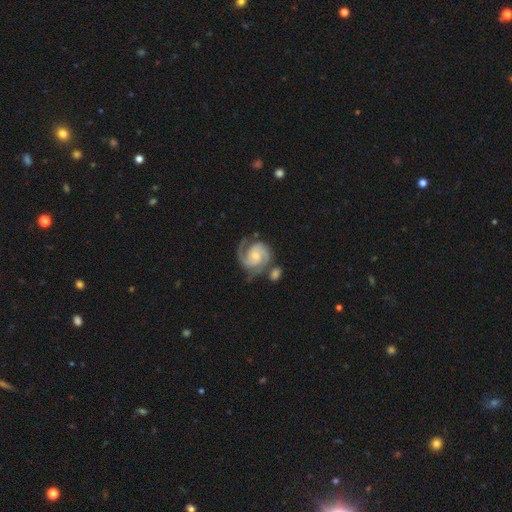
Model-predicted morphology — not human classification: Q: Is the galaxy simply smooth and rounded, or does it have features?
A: featured or disk — 90%.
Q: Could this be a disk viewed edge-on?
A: no — 98%.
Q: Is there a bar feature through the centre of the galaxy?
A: no — 64%.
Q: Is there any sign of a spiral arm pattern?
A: yes — 98%.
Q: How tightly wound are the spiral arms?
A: tight — 53%.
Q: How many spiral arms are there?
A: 2 — 69%.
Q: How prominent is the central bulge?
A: small — 61%.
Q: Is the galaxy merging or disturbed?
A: none — 58%.